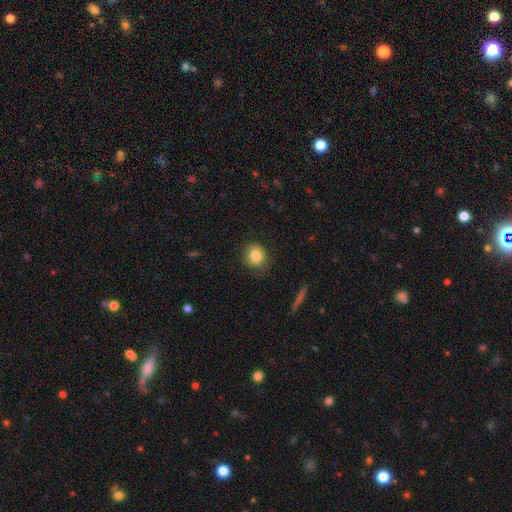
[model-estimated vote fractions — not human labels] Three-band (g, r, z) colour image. It shows a smooth galaxy with no disk features (82%) that is round (78%). Merging: none (76%).